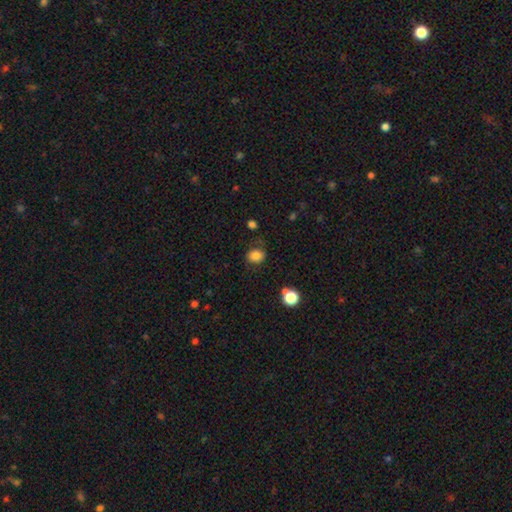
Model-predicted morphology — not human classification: Smooth or featured?
  - smooth: 82% *
  - star or artifact: 11%
  - featured or disk: 7%
How rounded?
  - round: 53% *
  - in between: 46%
  - cigar-shaped: 1%
Merging?
  - none: 75% *
  - minor disturbance: 16%
  - major disturbance: 5%
  - merger: 3%